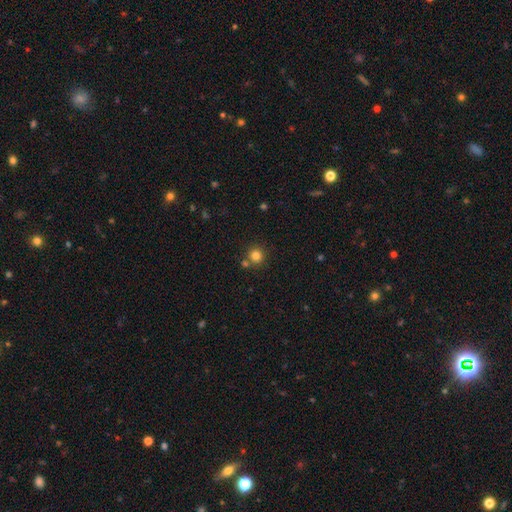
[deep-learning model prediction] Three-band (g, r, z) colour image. It shows a smooth galaxy with no disk features (81%) that is round (93%). Merging: none (75%).